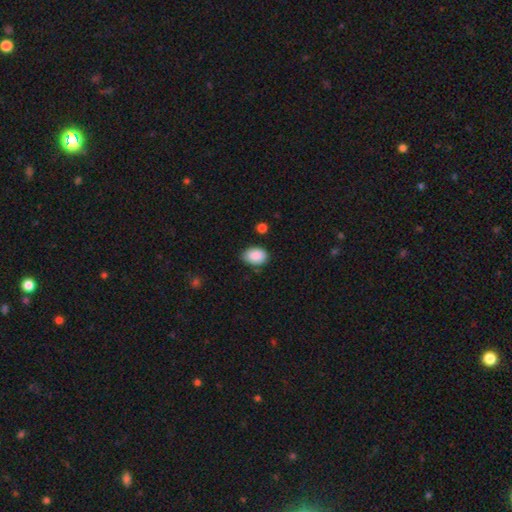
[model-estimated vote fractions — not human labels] A smooth galaxy with no disk features (90%) that is in between round and cigar-shaped (80%).

Vote fractions:
- Smooth or featured? smooth: 90% / star or artifact: 7% / featured or disk: 3%
- How rounded? in between: 80% / round: 19% / cigar-shaped: 1%
- Merging? none: 76% / minor disturbance: 18% / major disturbance: 3% / merger: 2%